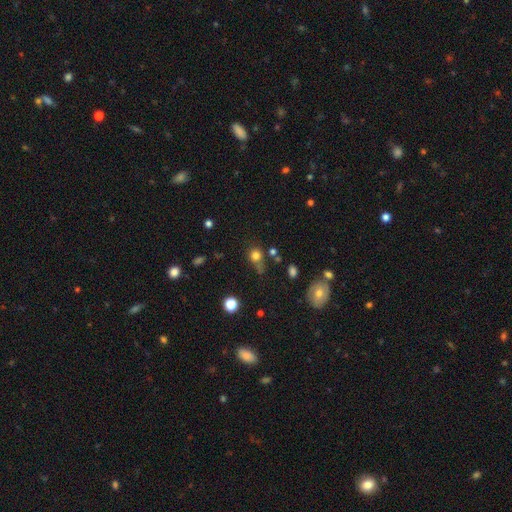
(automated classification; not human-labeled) A smooth galaxy with no disk features (76%) that is round (85%).

Vote fractions:
- Smooth or featured? smooth: 76% / star or artifact: 16% / featured or disk: 7%
- How rounded? round: 85% / in between: 14% / cigar-shaped: 1%
- Merging? none: 59% / minor disturbance: 18% / merger: 14% / major disturbance: 10%